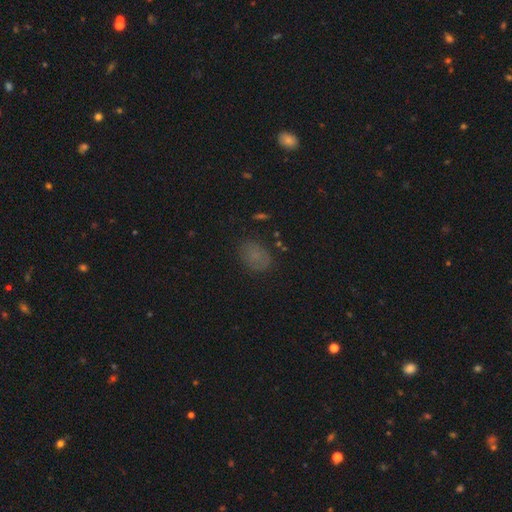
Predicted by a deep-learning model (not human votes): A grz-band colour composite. It shows a smooth galaxy with no disk features (68%) that is in between round and cigar-shaped (63%). Merging: none (73%).